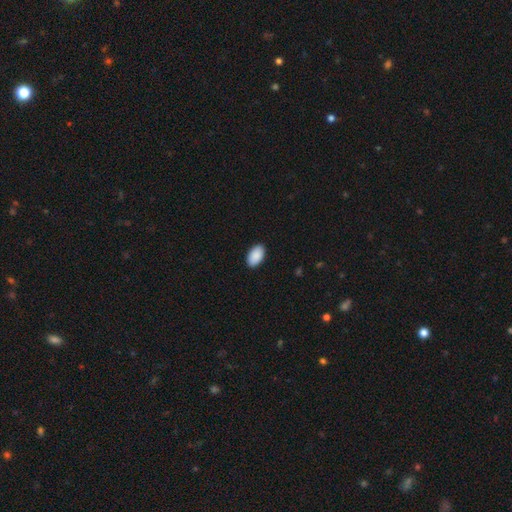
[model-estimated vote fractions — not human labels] A smooth galaxy with no disk features (91%) that is in between round and cigar-shaped (95%). Merging: none (90%).